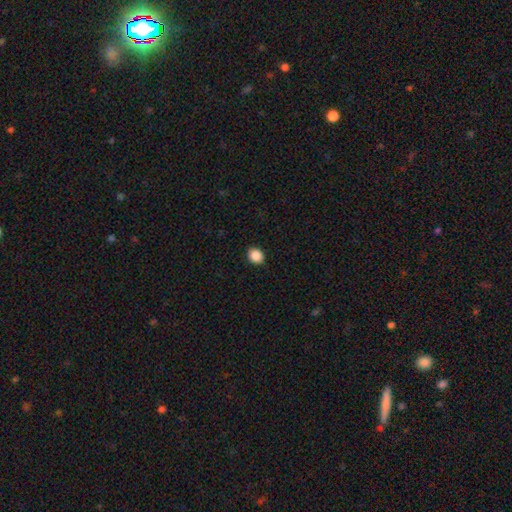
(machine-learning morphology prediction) Overall: smooth (88%). How rounded: round (63%; in between 36%). Merging: none (91%).